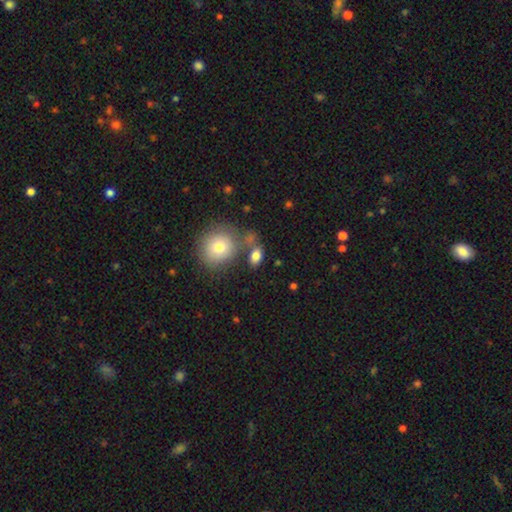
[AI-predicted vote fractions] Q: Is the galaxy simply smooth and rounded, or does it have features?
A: smooth — 81%.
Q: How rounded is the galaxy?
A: in between — 80%.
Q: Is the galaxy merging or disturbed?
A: none — 62%.